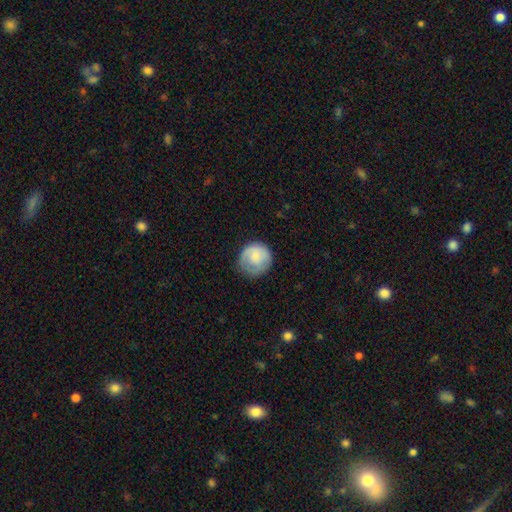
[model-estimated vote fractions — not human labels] A smooth galaxy with no disk features (69%) that is round (89%).

Vote fractions:
- Smooth or featured? smooth: 69% / featured or disk: 24% / star or artifact: 6%
- How rounded? round: 89% / in between: 10% / cigar-shaped: 1%
- Merging? none: 70% / minor disturbance: 20% / major disturbance: 8% / merger: 1%